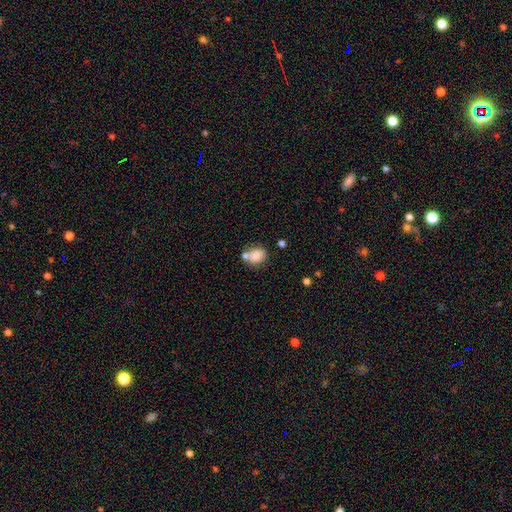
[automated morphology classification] type=smooth (80%); roundness=in between (50%); merging=none (50%).